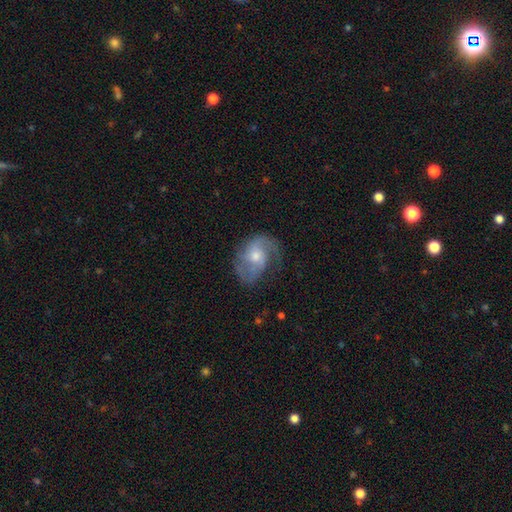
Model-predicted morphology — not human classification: smooth_or_featured: featured or disk (p=0.78) [alt: smooth p=0.16]
disk_edge_on: no (p=0.97) [alt: yes p=0.03]
bar: no (p=0.61) [alt: weak p=0.33]
has_spiral_arms: yes (p=0.93) [alt: no p=0.07]
spiral_winding: medium (p=0.47) [alt: loose p=0.28]
spiral_arm_count: 2 (p=0.59) [alt: can't tell p=0.14]
bulge_size: moderate (p=0.55) [alt: small p=0.36]
merging: none (p=0.61) [alt: minor disturbance p=0.23]